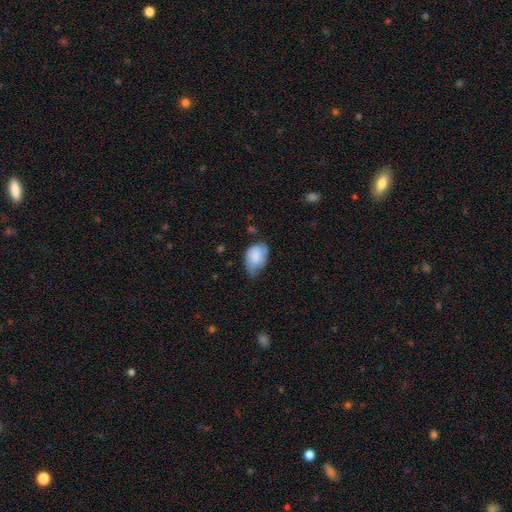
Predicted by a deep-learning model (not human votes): The model was most divided on "merging": minor disturbance: 50%, none: 33%, major disturbance: 15%, merger: 2%. More confident: how rounded — in between (84%); smooth or featured — smooth (75%).